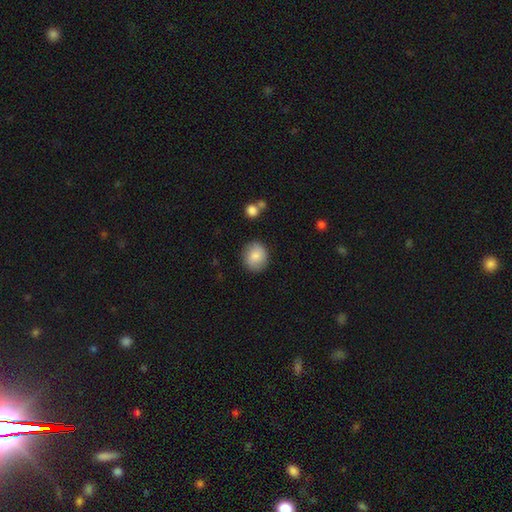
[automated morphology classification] smooth-or-featured: smooth: 83% | featured or disk: 9% | star or artifact: 7%
  how-rounded: round: 81% | in between: 18% | cigar-shaped: 1%
  merging: none: 87% | minor disturbance: 9% | major disturbance: 2% | merger: 2%